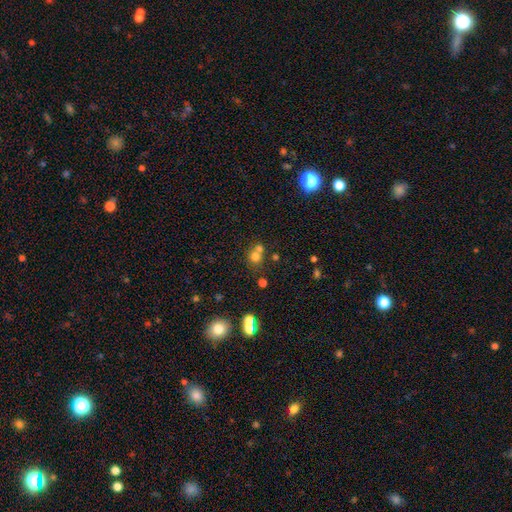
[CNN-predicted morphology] smooth 69%, star or artifact 19%, featured or disk 12%. Down the decision tree: how rounded — round (85%); merging — none (47%).